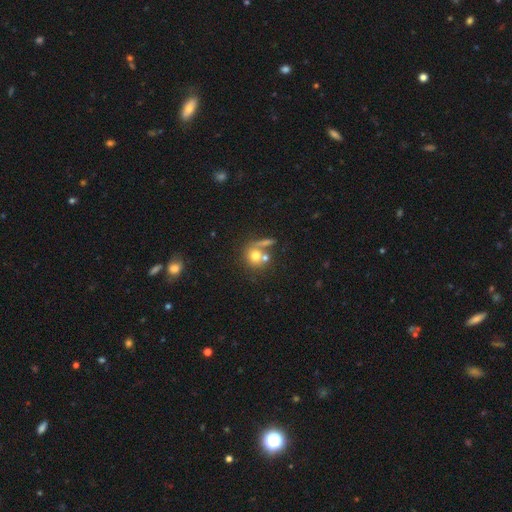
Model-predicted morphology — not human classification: smooth_or_featured: smooth (p=0.71) [alt: featured or disk p=0.17]
how_rounded: round (p=0.81) [alt: in between p=0.17]
merging: none (p=0.49) [alt: merger p=0.34]